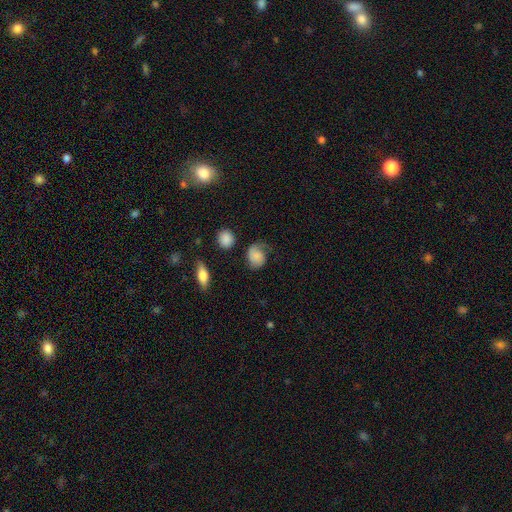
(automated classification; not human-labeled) Smooth or featured? smooth (65%)
How rounded? in between (51%)
Merging? none (49%)